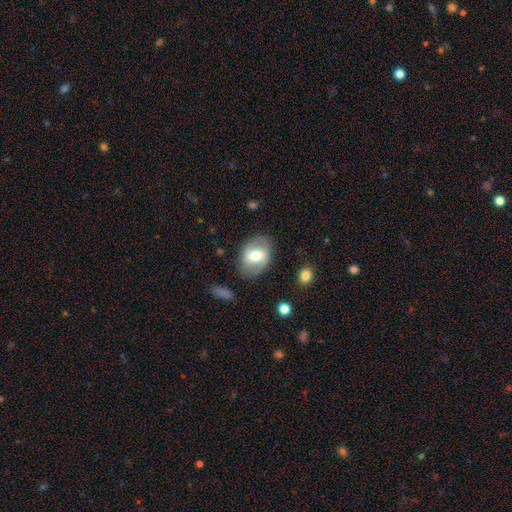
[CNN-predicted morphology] Smooth or featured: smooth — 52% (featured or disk — 42%)
How rounded: in between — 71% (round — 28%)
Merging: none — 79% (minor disturbance — 14%)